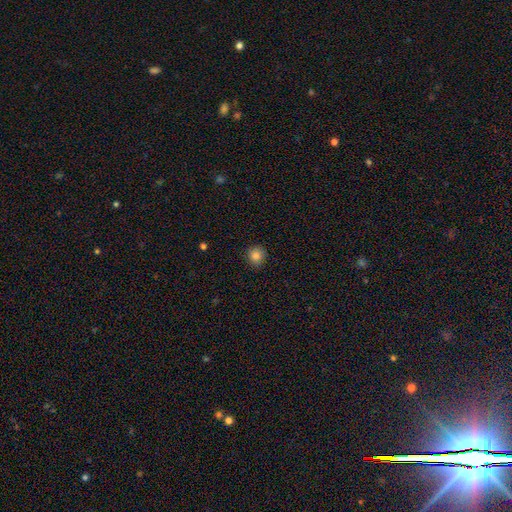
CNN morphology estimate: A smooth galaxy with no disk features (84%) that is round (91%). Merging: none (90%).